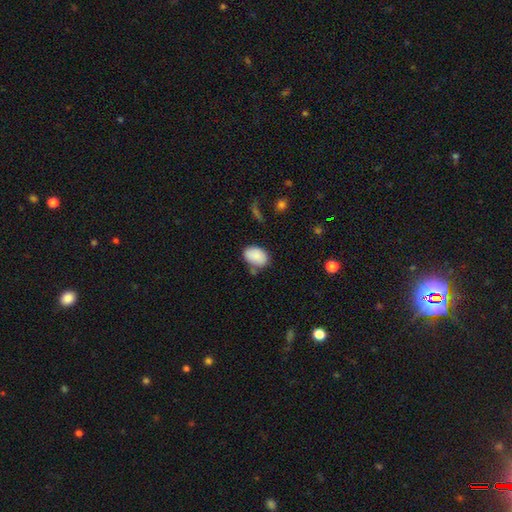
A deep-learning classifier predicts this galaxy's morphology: This is clearly a smooth galaxy (87%). How rounded: clearly in between (86%). Merging: likely none (66%).